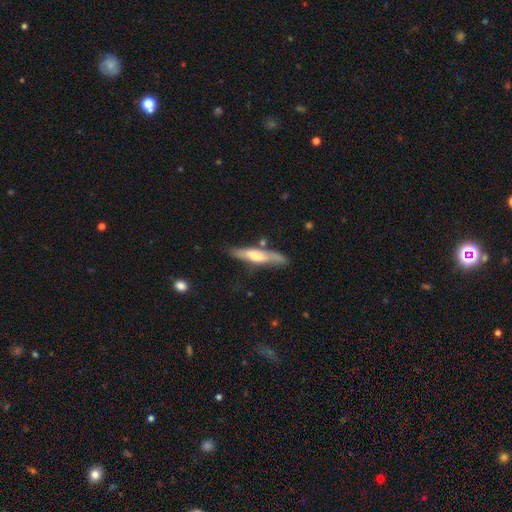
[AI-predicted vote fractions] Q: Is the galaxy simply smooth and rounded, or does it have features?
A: smooth — 48%.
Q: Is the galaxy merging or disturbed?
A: none — 67%.